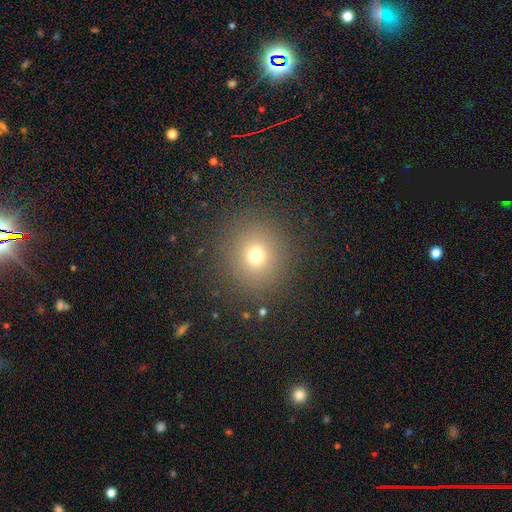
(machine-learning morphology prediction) smooth 70%, star or artifact 19%, featured or disk 10%. Down the decision tree: how rounded — round (92%); merging — none (88%).